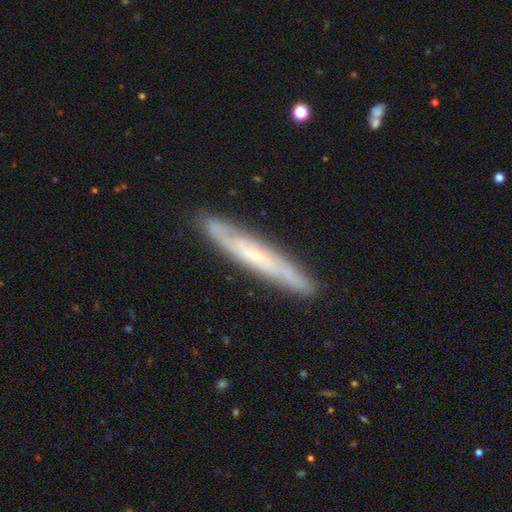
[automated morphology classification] featured or disk 64%, smooth 29%, star or artifact 6%. Down the decision tree: edge-on disk — yes (67%); merging — none (87%).